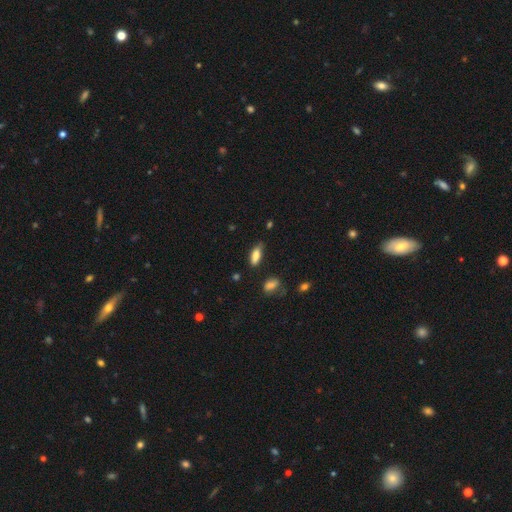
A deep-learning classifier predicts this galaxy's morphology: smooth-or-featured: smooth: 80% | featured or disk: 12% | star or artifact: 8%
  how-rounded: in between: 72% | cigar-shaped: 26% | round: 2%
  merging: none: 68% | minor disturbance: 24% | major disturbance: 5% | merger: 3%